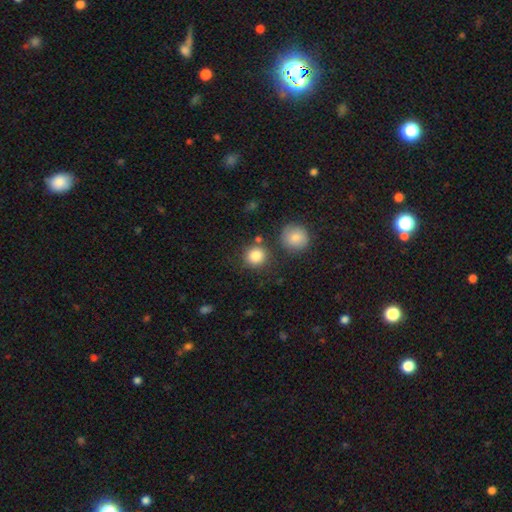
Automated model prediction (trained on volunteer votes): Overall: smooth (85%). How rounded: round (89%). Merging: none (77%).